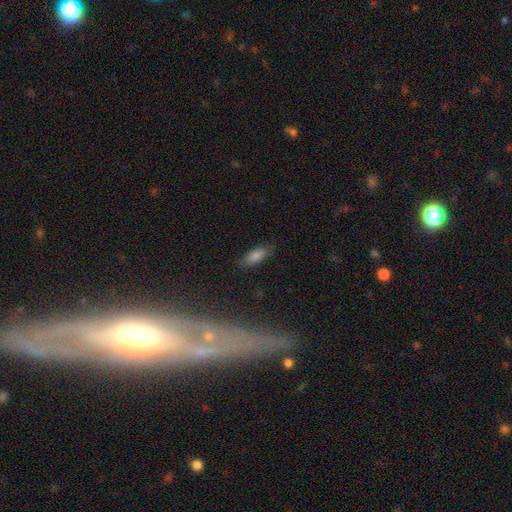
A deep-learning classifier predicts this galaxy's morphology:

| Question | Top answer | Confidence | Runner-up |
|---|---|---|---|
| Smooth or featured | smooth | 80% | featured or disk (10%) |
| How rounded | in between | 77% | cigar-shaped (21%) |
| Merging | none | 83% | minor disturbance (13%) |